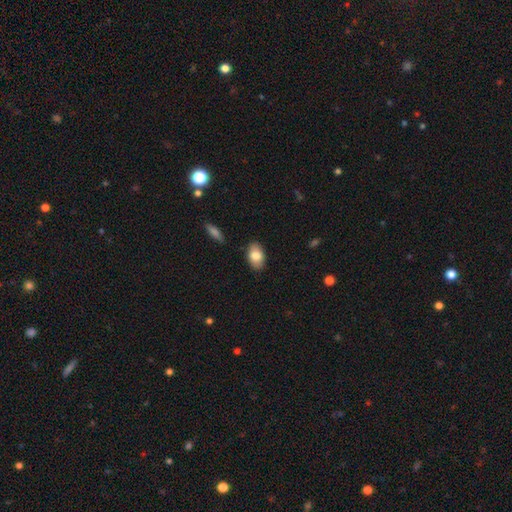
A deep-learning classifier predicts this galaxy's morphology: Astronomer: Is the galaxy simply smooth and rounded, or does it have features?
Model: smooth — 81%.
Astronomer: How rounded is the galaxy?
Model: in between — 91%.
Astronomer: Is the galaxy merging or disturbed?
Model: none — 87%.